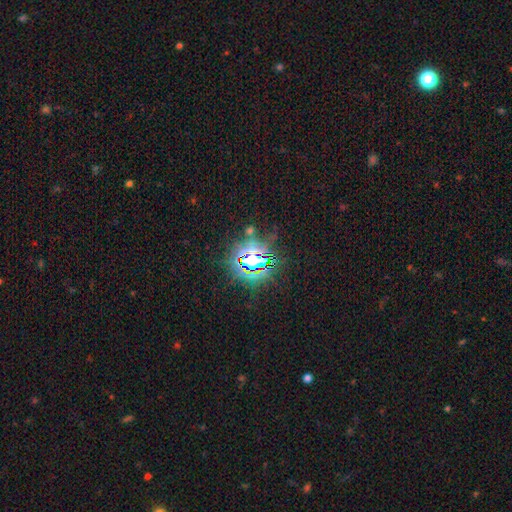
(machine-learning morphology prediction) This appears to be a star or artifact, not a galaxy (74%).